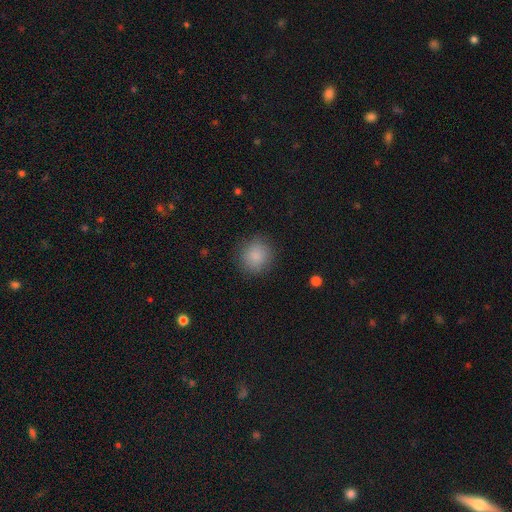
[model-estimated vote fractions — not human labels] smooth-or-featured: smooth: 87% | star or artifact: 8% | featured or disk: 5%
  how-rounded: round: 90% | in between: 9% | cigar-shaped: 1%
  merging: none: 86% | minor disturbance: 10% | major disturbance: 3% | merger: 1%